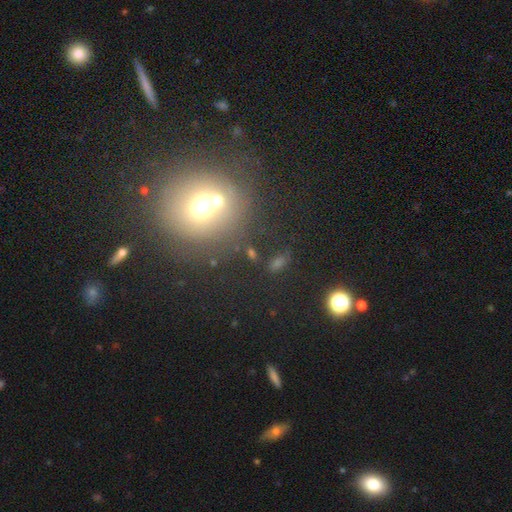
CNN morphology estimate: smooth 48%, star or artifact 31%, featured or disk 21%. Down the decision tree: merging — none (66%).